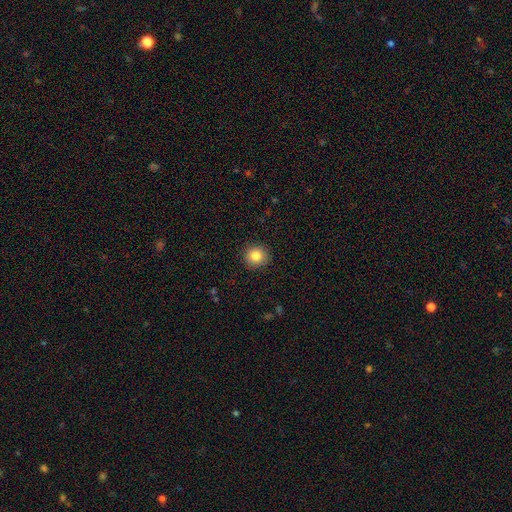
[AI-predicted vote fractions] Smooth or featured? smooth (84%)
How rounded? round (92%)
Merging? none (91%)